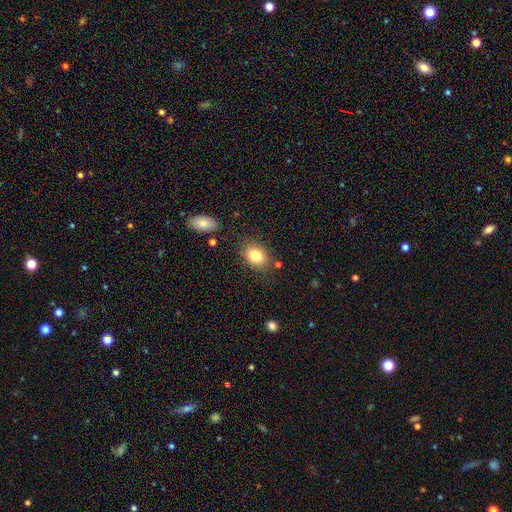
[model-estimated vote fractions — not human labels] A smooth galaxy with no disk features (83%) that is in between round and cigar-shaped (66%).

Vote fractions:
- Smooth or featured? smooth: 83% / star or artifact: 9% / featured or disk: 8%
- How rounded? in between: 66% / round: 32% / cigar-shaped: 1%
- Merging? none: 78% / minor disturbance: 14% / merger: 5% / major disturbance: 4%